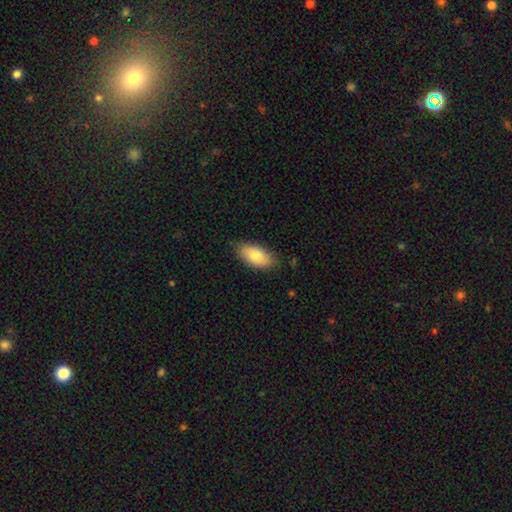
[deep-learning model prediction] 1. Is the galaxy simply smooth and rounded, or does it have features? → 80% smooth, 14% featured or disk, 6% star or artifact.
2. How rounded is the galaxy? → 92% in between, 6% cigar-shaped, 3% round.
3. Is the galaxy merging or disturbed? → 80% none, 16% minor disturbance, 3% major disturbance, 1% merger.